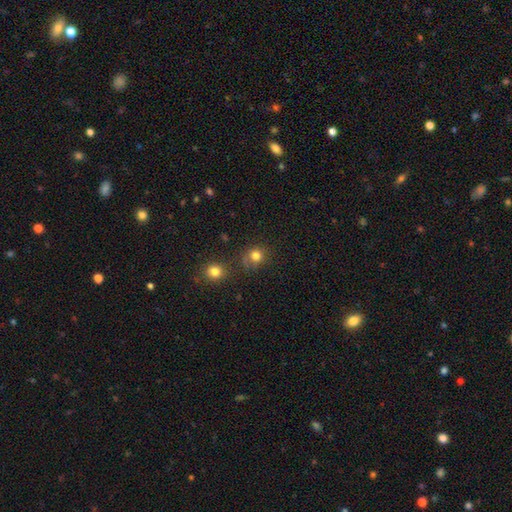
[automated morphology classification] Overall: smooth (80%). How rounded: round (82%). Merging: none (65%).